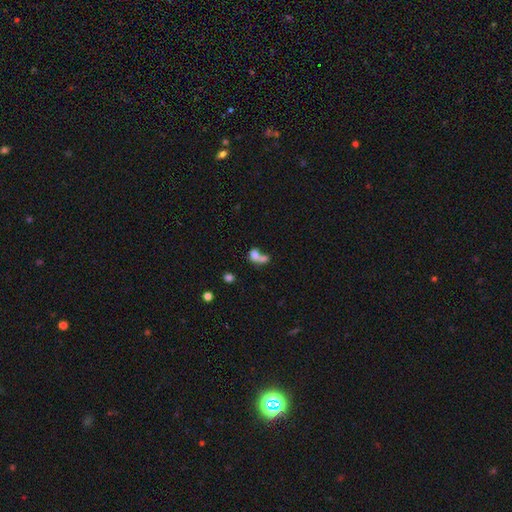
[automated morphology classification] Smooth or featured? smooth (72%)
How rounded? in between (60%)
Merging? merger (65%)